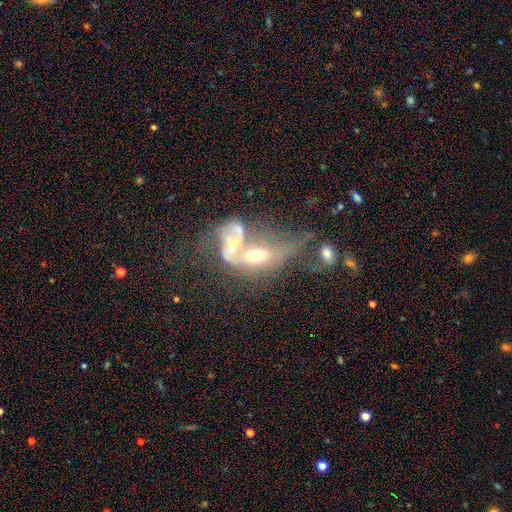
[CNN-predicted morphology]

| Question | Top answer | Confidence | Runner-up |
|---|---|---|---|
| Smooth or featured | featured or disk | 62% | smooth (27%) |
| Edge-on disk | no | 89% | yes (11%) |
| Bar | no | 67% | weak (23%) |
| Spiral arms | yes | 52% | no (48%) |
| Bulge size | moderate | 57% | small (24%) |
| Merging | merger | 71% | major disturbance (14%) |